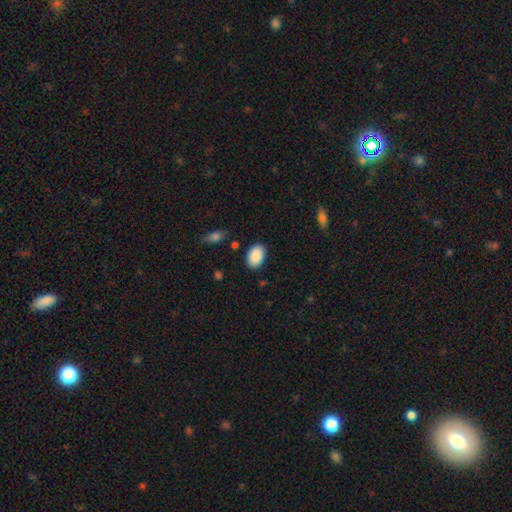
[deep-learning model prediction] smooth 90%, star or artifact 7%, featured or disk 4%. Down the decision tree: how rounded — in between (88%); merging — none (86%).